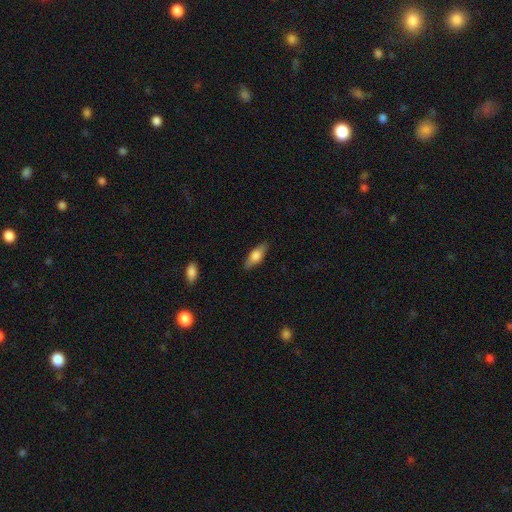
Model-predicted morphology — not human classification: Smooth or featured?
  - smooth: 68% *
  - featured or disk: 25%
  - star or artifact: 6%
How rounded?
  - in between: 69% *
  - cigar-shaped: 28%
  - round: 3%
Merging?
  - none: 87% *
  - minor disturbance: 10%
  - major disturbance: 2%
  - merger: 1%